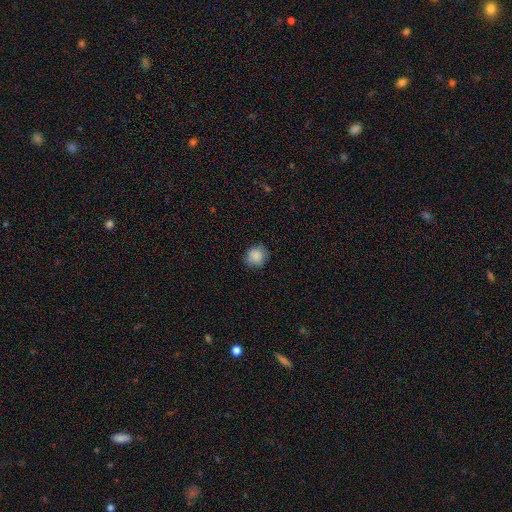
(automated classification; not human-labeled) Smooth or featured?
  - smooth: 87% *
  - star or artifact: 8%
  - featured or disk: 4%
How rounded?
  - round: 85% *
  - in between: 14%
  - cigar-shaped: 1%
Merging?
  - none: 81% *
  - minor disturbance: 15%
  - major disturbance: 3%
  - merger: 1%